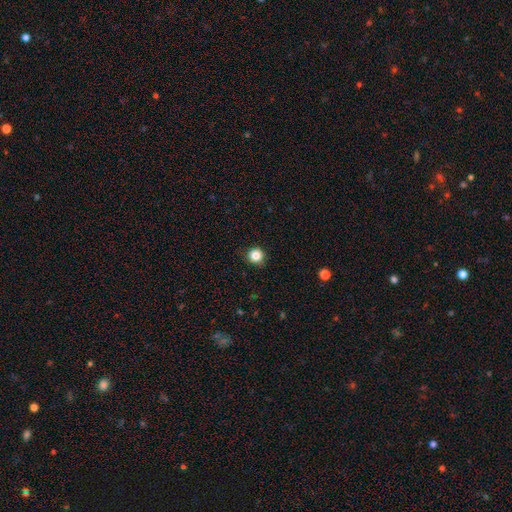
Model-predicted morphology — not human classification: smooth_or_featured: smooth (p=0.83) [alt: star or artifact p=0.11]
how_rounded: round (p=0.94) [alt: in between p=0.05]
merging: none (p=0.90) [alt: minor disturbance p=0.07]